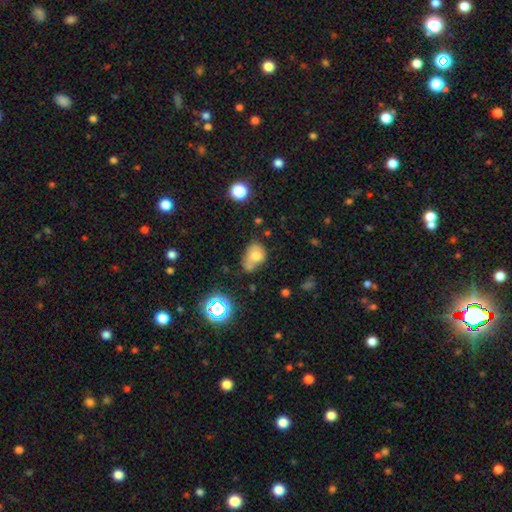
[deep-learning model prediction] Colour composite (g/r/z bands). It shows a smooth galaxy with no disk features (66%) that is in between round and cigar-shaped (64%). Merging: none (33%).